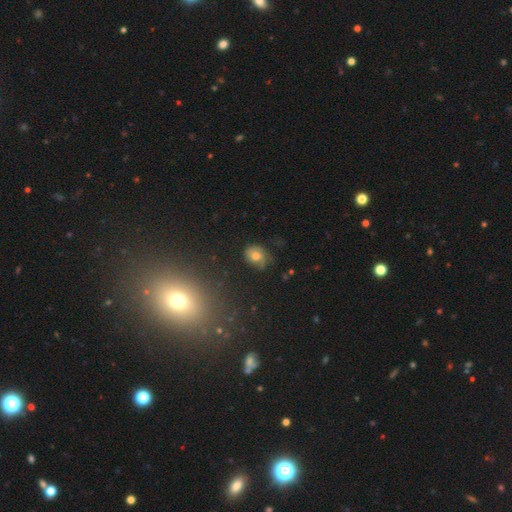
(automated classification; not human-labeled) This is possibly a smooth galaxy (48%). Merging: likely none (63%).